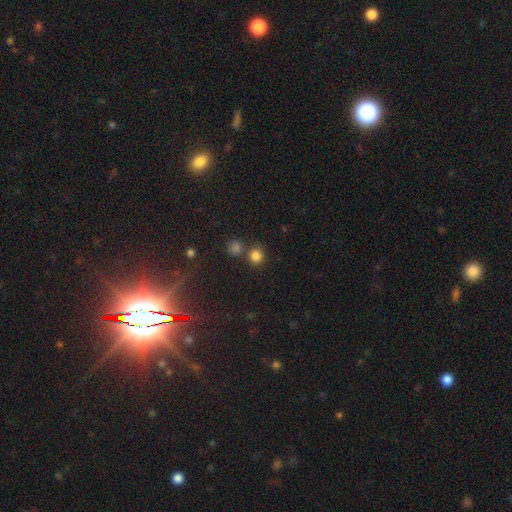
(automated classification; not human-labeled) A smooth galaxy with no disk features (81%) that is round (89%).

Vote fractions:
- Smooth or featured? smooth: 81% / star or artifact: 15% / featured or disk: 5%
- How rounded? round: 89% / in between: 10% / cigar-shaped: 1%
- Merging? none: 72% / merger: 18% / minor disturbance: 7% / major disturbance: 3%